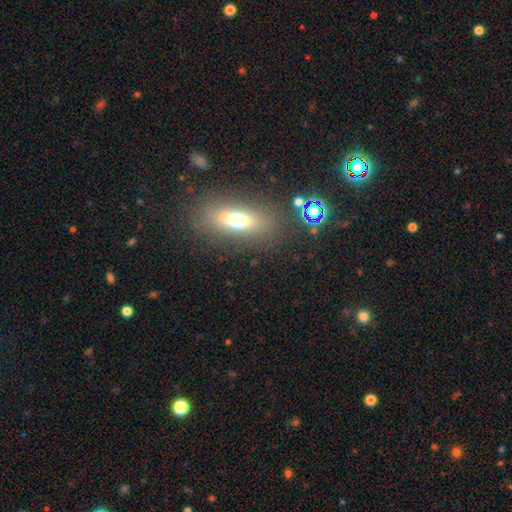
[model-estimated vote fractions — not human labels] A smooth galaxy with no disk features (56%) that is in between round and cigar-shaped (70%).

Vote fractions:
- Smooth or featured? smooth: 56% / featured or disk: 25% / star or artifact: 19%
- How rounded? in between: 70% / cigar-shaped: 24% / round: 7%
- Merging? none: 80% / minor disturbance: 11% / merger: 5% / major disturbance: 5%